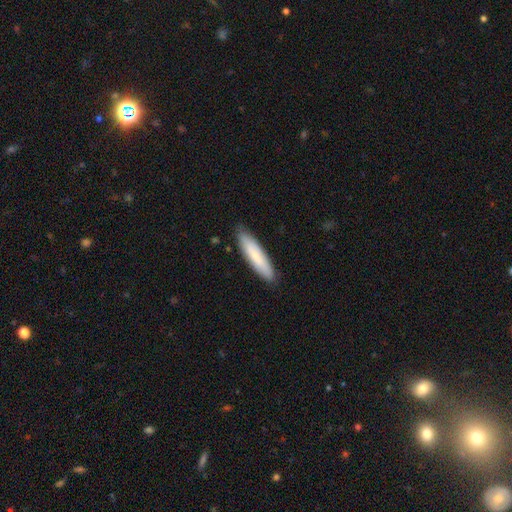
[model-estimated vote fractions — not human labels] smooth 71%, featured or disk 24%, star or artifact 5%. Down the decision tree: how rounded — cigar-shaped (76%); merging — none (86%).